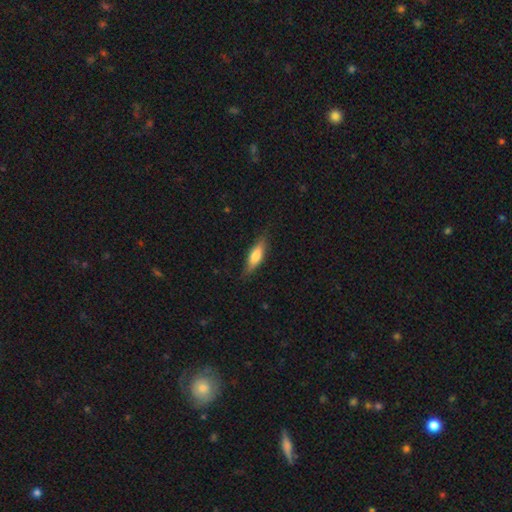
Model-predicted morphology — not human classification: type=smooth (68%); roundness=cigar-shaped (52%); merging=none (82%).